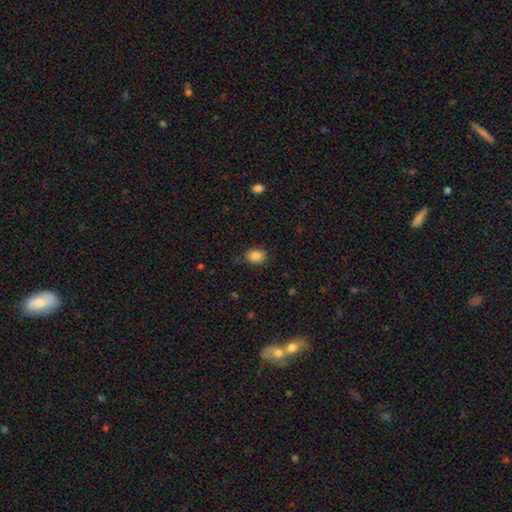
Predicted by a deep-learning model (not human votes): A smooth galaxy with no disk features (86%) that is in between round and cigar-shaped (70%).

Vote fractions:
- Smooth or featured? smooth: 86% / star or artifact: 9% / featured or disk: 5%
- How rounded? in between: 70% / round: 29% / cigar-shaped: 1%
- Merging? none: 78% / minor disturbance: 16% / major disturbance: 4% / merger: 1%